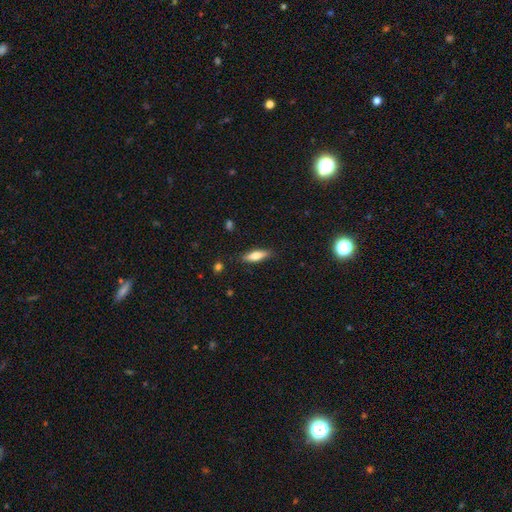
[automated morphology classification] smooth 71%, featured or disk 22%, star or artifact 7%. Down the decision tree: how rounded — cigar-shaped (52%); merging — none (84%).